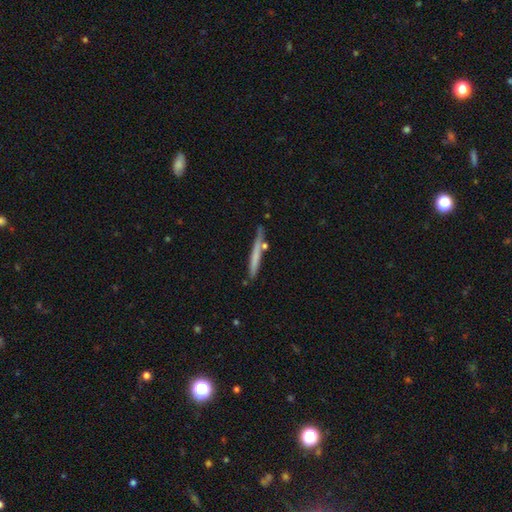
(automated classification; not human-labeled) Smooth or featured? Predicted: smooth (p=0.60). How rounded? Predicted: cigar-shaped (p=0.96). Merging? Predicted: none (p=0.78).